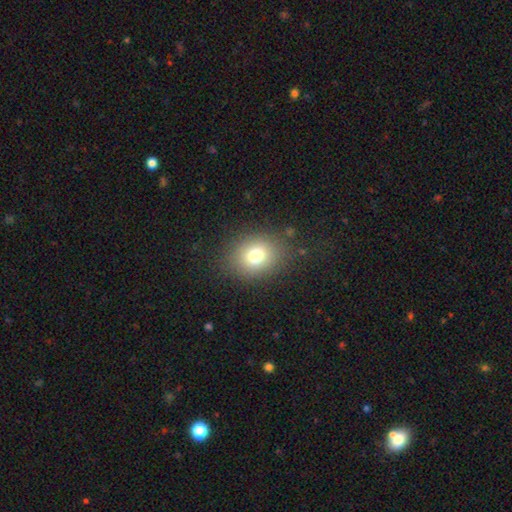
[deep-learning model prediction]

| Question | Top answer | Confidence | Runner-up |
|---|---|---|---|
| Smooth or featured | smooth | 75% | star or artifact (14%) |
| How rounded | round | 61% | in between (38%) |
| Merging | none | 85% | minor disturbance (9%) |